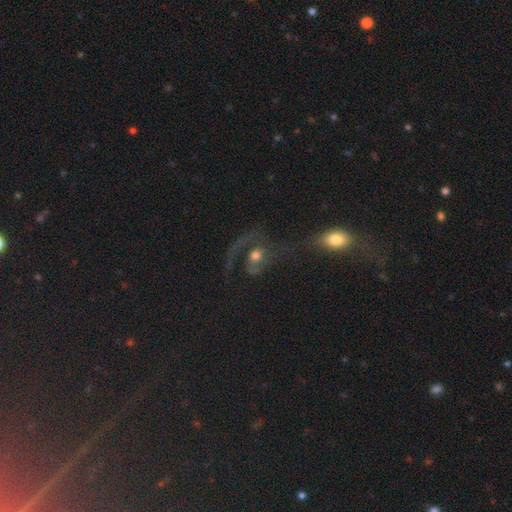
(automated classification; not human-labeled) A featured or disk galaxy (58%) with no bar (75%), spiral arms (67%) and a moderate central bulge (62%).

Vote fractions:
- Smooth or featured? featured or disk: 58% / smooth: 26% / star or artifact: 15%
- Edge-on disk? no: 96% / yes: 4%
- Bar? no: 75% / weak: 19% / strong: 6%
- Spiral arms? yes: 67% / no: 33%
- Bulge size? moderate: 62% / small: 20% / large: 12% / none: 3% / dominant: 3%
- Merging? major disturbance: 42% / none: 30% / merger: 14% / minor disturbance: 13%